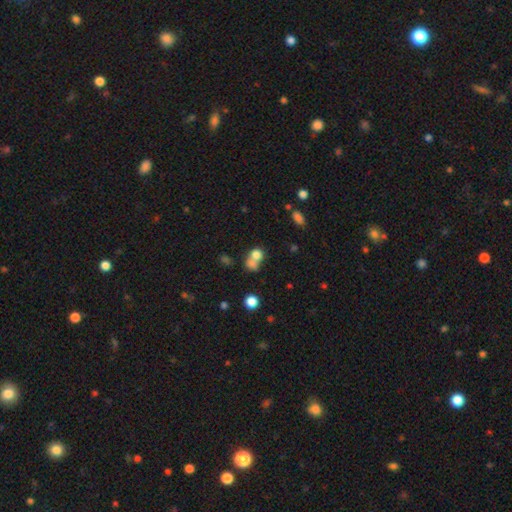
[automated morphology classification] smooth 74%, featured or disk 13%, star or artifact 13%. Down the decision tree: how rounded — round (68%); merging — merger (59%).